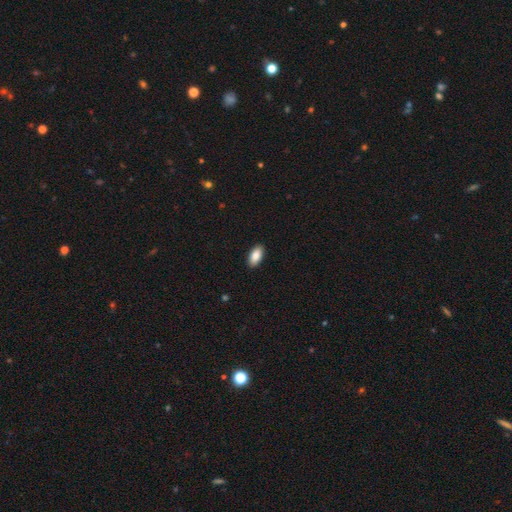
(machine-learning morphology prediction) A smooth galaxy with no disk features (86%) that is in between round and cigar-shaped (93%). Merging: none (90%).